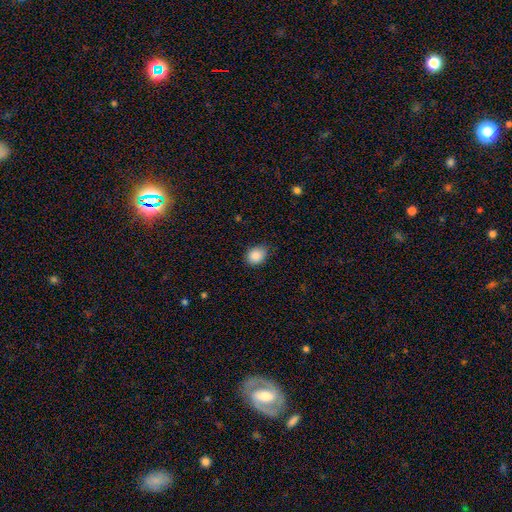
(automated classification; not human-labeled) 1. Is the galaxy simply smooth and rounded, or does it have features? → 88% smooth, 8% star or artifact, 4% featured or disk.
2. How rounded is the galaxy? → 53% in between, 46% round, 1% cigar-shaped.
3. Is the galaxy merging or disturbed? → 74% none, 22% minor disturbance, 3% major disturbance, 1% merger.